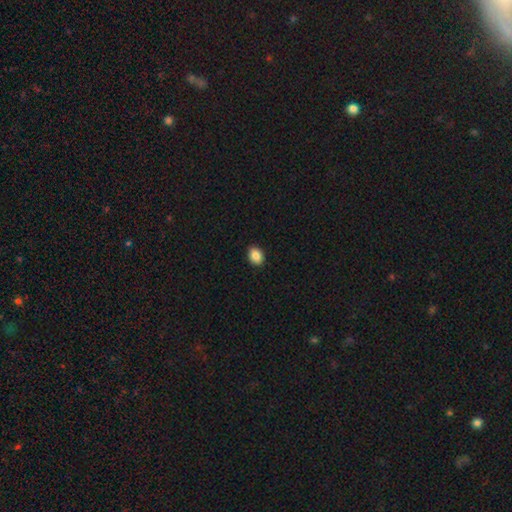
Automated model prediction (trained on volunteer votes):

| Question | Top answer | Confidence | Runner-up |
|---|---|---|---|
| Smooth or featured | smooth | 88% | star or artifact (8%) |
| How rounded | in between | 67% | round (32%) |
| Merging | none | 91% | minor disturbance (7%) |